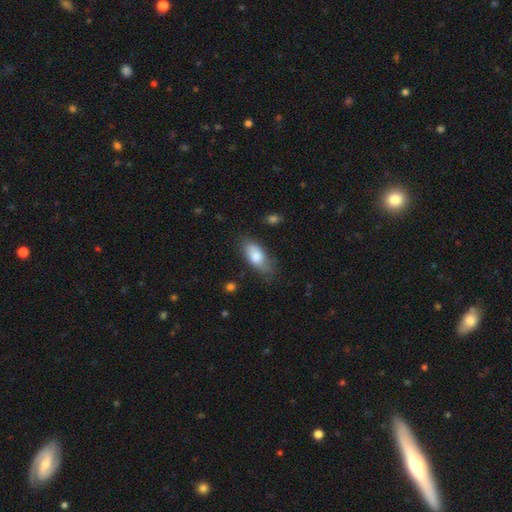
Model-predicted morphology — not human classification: The model was most divided on "merging": none: 69%, minor disturbance: 23%, major disturbance: 6%, merger: 2%. More confident: how rounded — in between (85%); smooth or featured — smooth (80%).